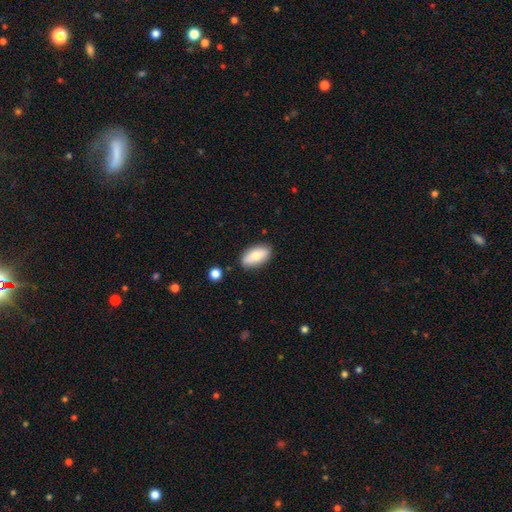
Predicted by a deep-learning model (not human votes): A smooth galaxy with no disk features (77%) that is in between round and cigar-shaped (89%).

Vote fractions:
- Smooth or featured? smooth: 77% / featured or disk: 17% / star or artifact: 7%
- How rounded? in between: 89% / cigar-shaped: 8% / round: 3%
- Merging? none: 83% / minor disturbance: 12% / merger: 3% / major disturbance: 2%